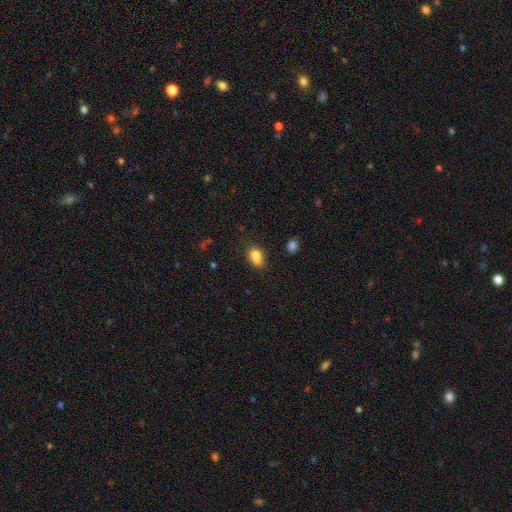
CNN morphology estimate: Smooth or featured?
  - smooth: 79% *
  - star or artifact: 11%
  - featured or disk: 10%
How rounded?
  - in between: 74% *
  - round: 23%
  - cigar-shaped: 3%
Merging?
  - none: 44% *
  - minor disturbance: 25%
  - merger: 22%
  - major disturbance: 8%